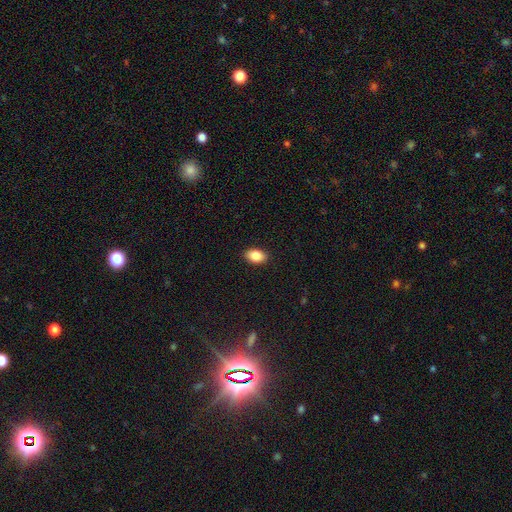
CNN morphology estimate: The model was most divided on "how rounded": in between: 88%, round: 11%, cigar-shaped: 1%. More confident: merging — none (90%); smooth or featured — smooth (87%).